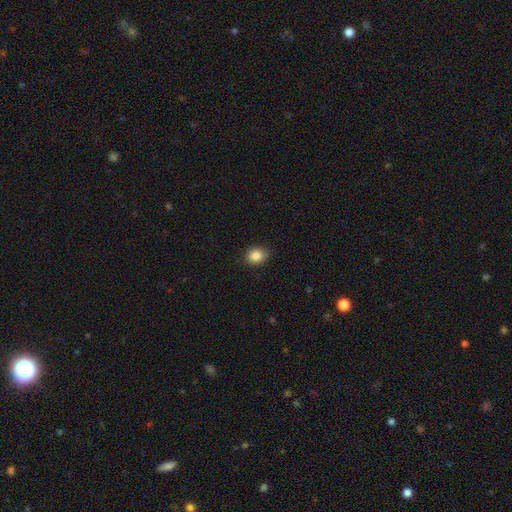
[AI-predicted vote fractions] Q: Smooth or featured?
A: smooth (86%); runner-up: star or artifact (9%)
Q: How rounded?
A: round (56%); runner-up: in between (43%)
Q: Merging?
A: none (88%); runner-up: minor disturbance (9%)